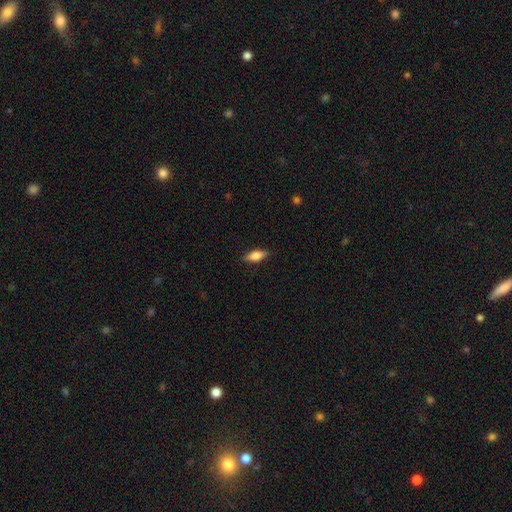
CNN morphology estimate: smooth 68%, featured or disk 25%, star or artifact 7%. Down the decision tree: how rounded — in between (69%); merging — none (85%).